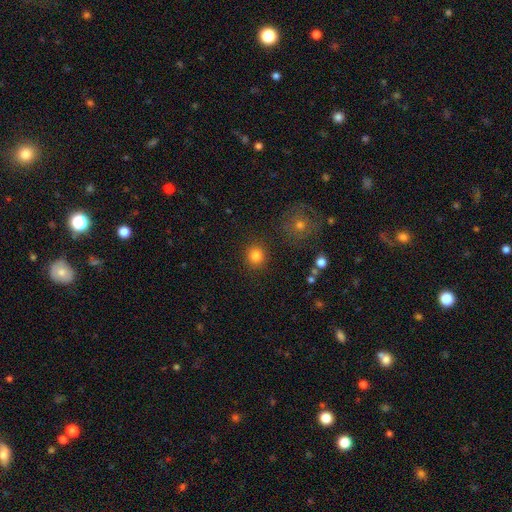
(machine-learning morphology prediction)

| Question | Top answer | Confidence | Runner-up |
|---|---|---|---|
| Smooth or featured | smooth | 83% | star or artifact (12%) |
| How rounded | round | 90% | in between (9%) |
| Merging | none | 89% | minor disturbance (6%) |